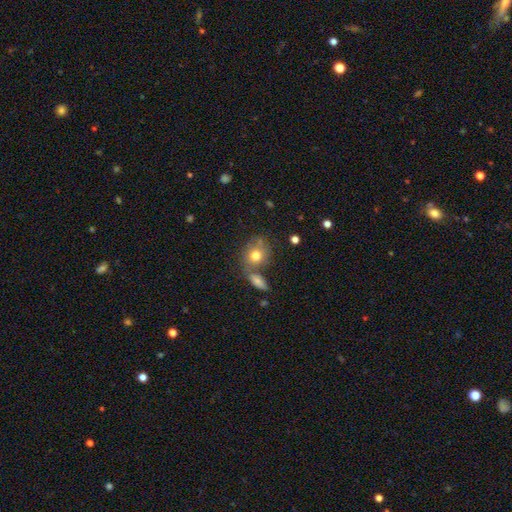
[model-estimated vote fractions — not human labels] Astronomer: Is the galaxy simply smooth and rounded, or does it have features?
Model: smooth — 73%.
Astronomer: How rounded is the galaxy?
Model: round — 64%.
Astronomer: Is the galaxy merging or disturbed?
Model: none — 55%.